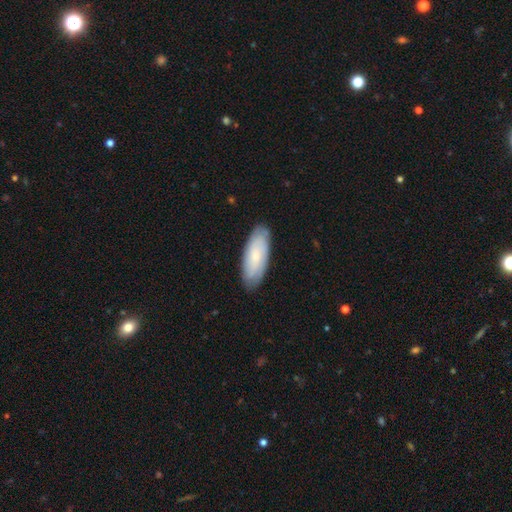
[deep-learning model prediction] This is possibly a smooth galaxy (57%). How rounded: likely in between (76%). Merging: clearly none (83%).